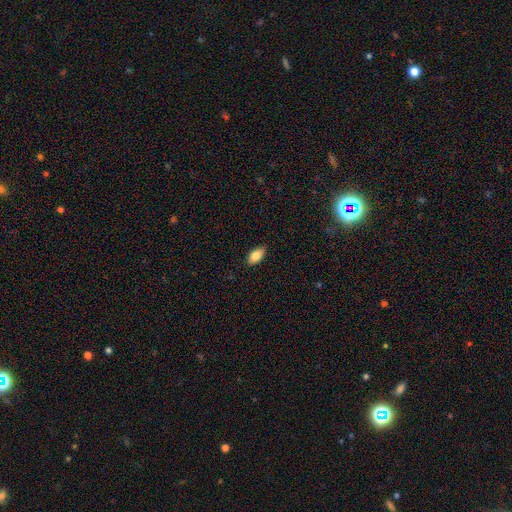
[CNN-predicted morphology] smooth 86%, star or artifact 7%, featured or disk 7%. Down the decision tree: how rounded — in between (92%); merging — none (87%).